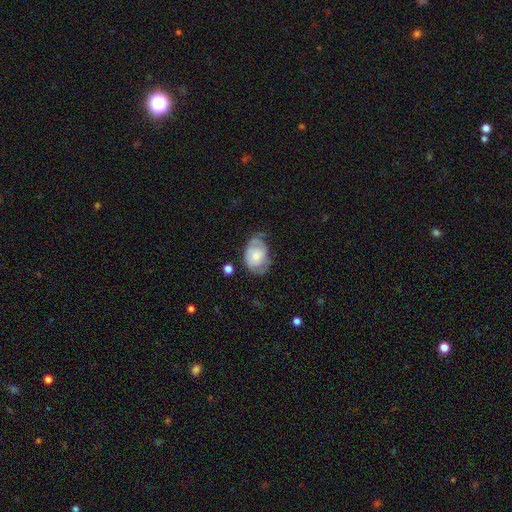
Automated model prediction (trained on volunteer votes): smooth_or_featured: smooth (p=0.60) [alt: featured or disk p=0.34]
how_rounded: in between (p=0.77) [alt: round p=0.22]
merging: none (p=0.44) [alt: minor disturbance p=0.36]